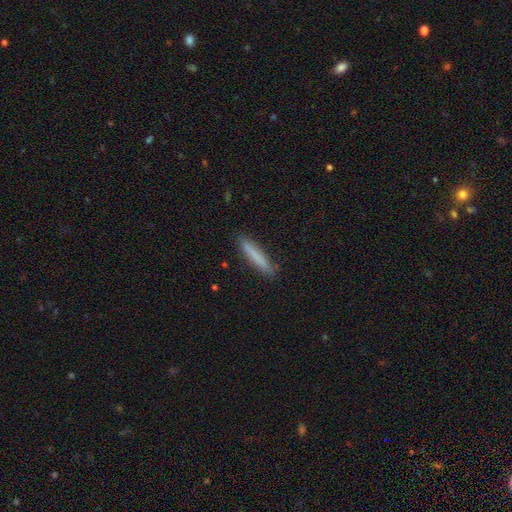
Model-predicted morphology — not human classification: A smooth galaxy with no disk features (77%) that is cigar-shaped (94%). Merging: none (89%).